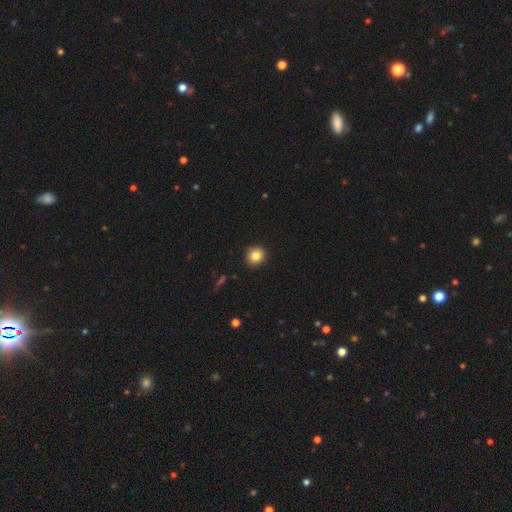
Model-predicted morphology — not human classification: Smooth or featured: smooth — 85% (star or artifact — 10%)
How rounded: round — 88% (in between — 11%)
Merging: none — 91% (minor disturbance — 6%)